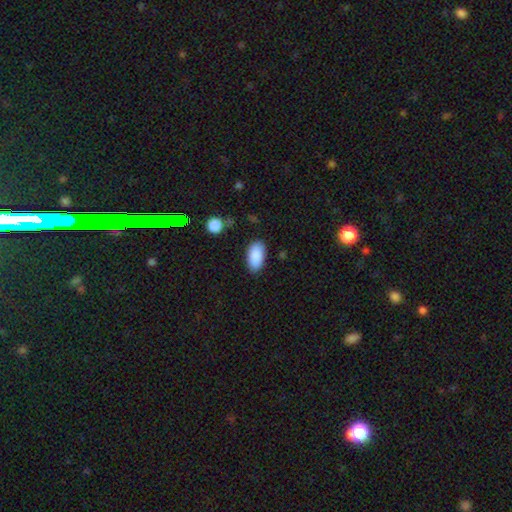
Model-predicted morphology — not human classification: smooth 89%, star or artifact 7%, featured or disk 4%. Down the decision tree: how rounded — in between (95%); merging — none (83%).